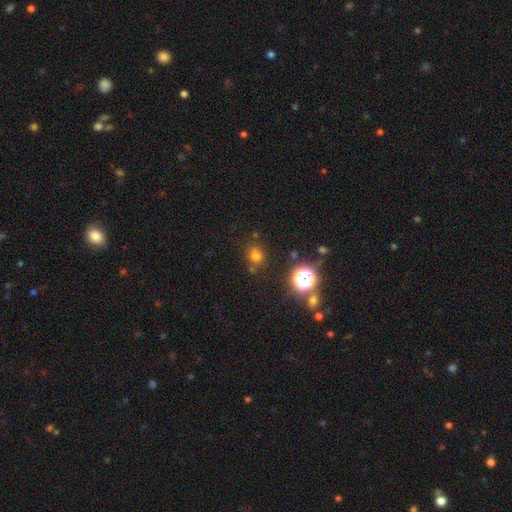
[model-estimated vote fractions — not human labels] Q: Smooth or featured?
A: smooth (70%); runner-up: star or artifact (24%)
Q: How rounded?
A: round (79%); runner-up: in between (20%)
Q: Merging?
A: none (80%); runner-up: minor disturbance (11%)